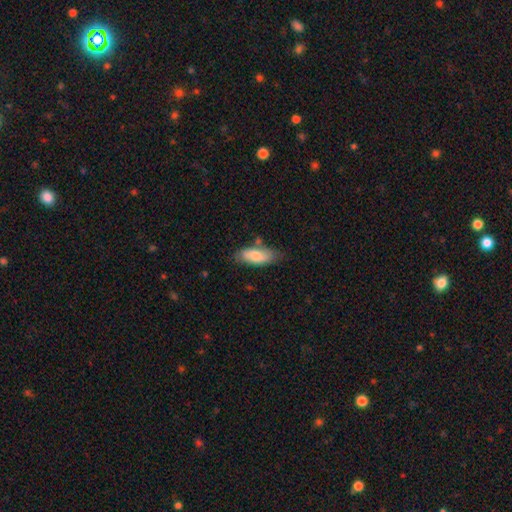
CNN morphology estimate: Smooth or featured? smooth (76%)
How rounded? in between (76%)
Merging? none (68%)